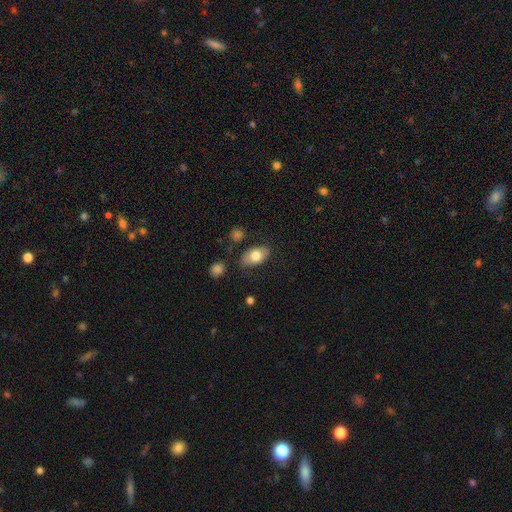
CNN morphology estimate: type=smooth (75%); roundness=in between (90%); merging=none (79%).